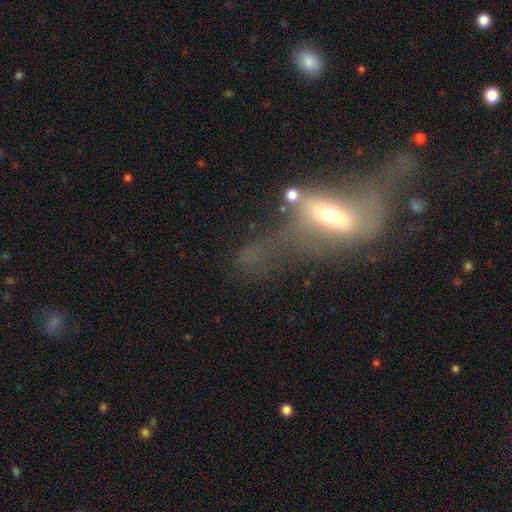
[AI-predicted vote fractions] smooth-or-featured: featured or disk: 52% | smooth: 34% | star or artifact: 15%
  disk-edge-on: no: 66% | yes: 34%
  merging: major disturbance: 45% | none: 23% | merger: 17% | minor disturbance: 15%